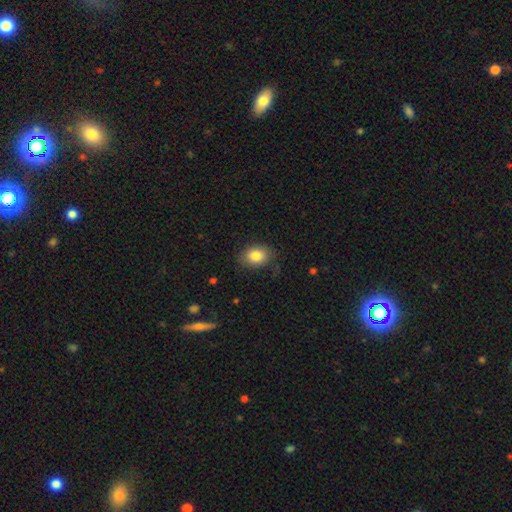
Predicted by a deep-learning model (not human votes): Smooth or featured?
  - smooth: 82% *
  - featured or disk: 9%
  - star or artifact: 8%
How rounded?
  - in between: 69% *
  - round: 30%
  - cigar-shaped: 1%
Merging?
  - none: 76% *
  - minor disturbance: 18%
  - major disturbance: 5%
  - merger: 1%